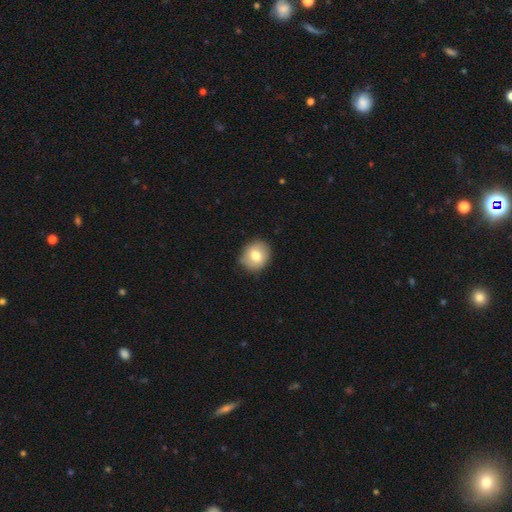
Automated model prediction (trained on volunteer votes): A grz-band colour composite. It shows a smooth galaxy with no disk features (76%) that is round (68%). Merging: none (77%).